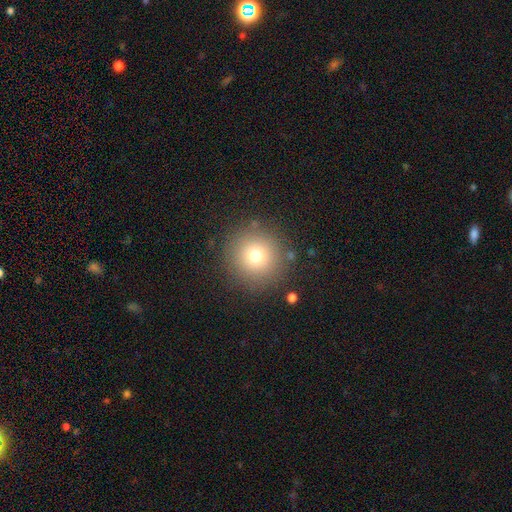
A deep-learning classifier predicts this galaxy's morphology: This is likely a smooth galaxy (73%). How rounded: clearly round (96%). Merging: clearly none (87%).